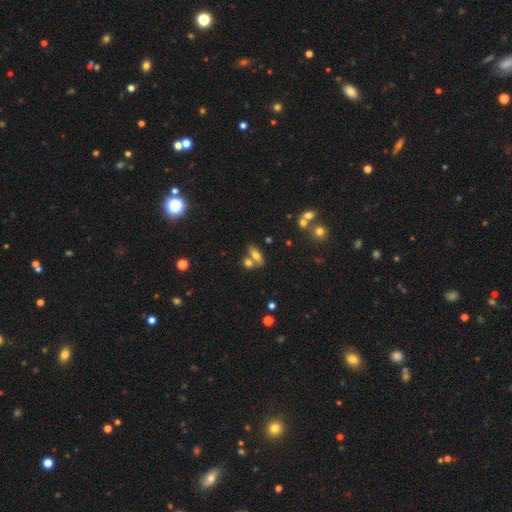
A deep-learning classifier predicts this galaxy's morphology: smooth-or-featured: smooth: 65% | featured or disk: 23% | star or artifact: 11%
  how-rounded: in between: 73% | cigar-shaped: 20% | round: 7%
  merging: none: 52% | merger: 34% | minor disturbance: 10% | major disturbance: 4%